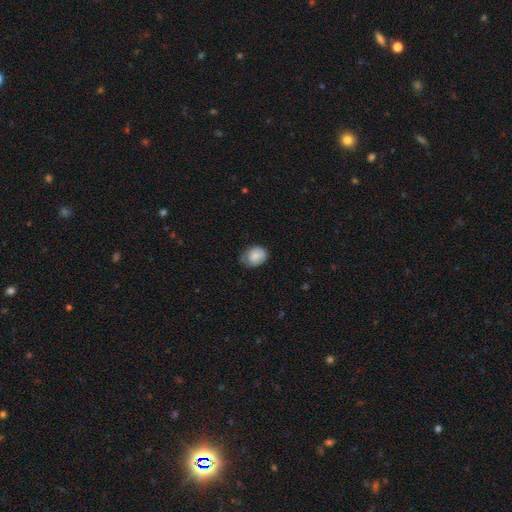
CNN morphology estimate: A smooth galaxy with no disk features (80%) that is in between round and cigar-shaped (58%). Merging: none (57%).